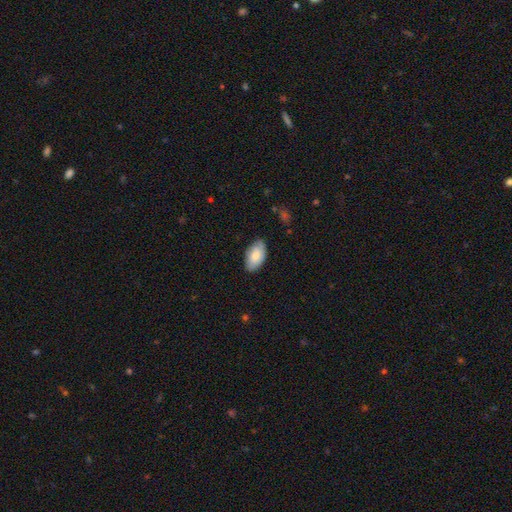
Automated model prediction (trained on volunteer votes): smooth_or_featured: smooth (p=0.78) [alt: featured or disk p=0.16]
how_rounded: in between (p=0.95) [alt: round p=0.04]
merging: none (p=0.79) [alt: minor disturbance p=0.17]